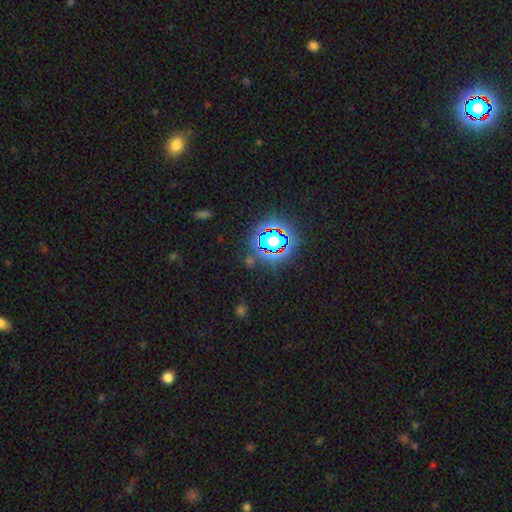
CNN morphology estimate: This appears to be a star or artifact, not a galaxy (77%).